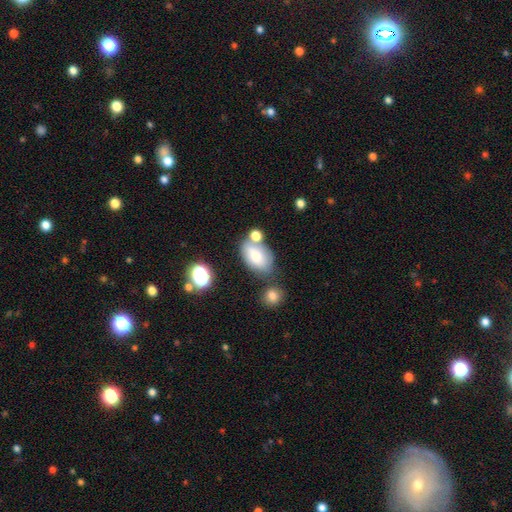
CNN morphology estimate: Smooth or featured? smooth (73%)
How rounded? in between (89%)
Merging? none (54%)